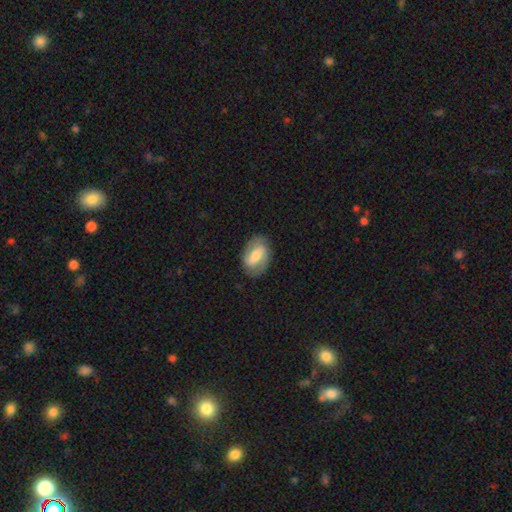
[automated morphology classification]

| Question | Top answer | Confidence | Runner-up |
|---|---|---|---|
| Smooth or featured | featured or disk | 59% | smooth (35%) |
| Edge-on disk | no | 95% | yes (5%) |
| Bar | strong | 43% | weak (40%) |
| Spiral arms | yes | 76% | no (24%) |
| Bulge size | moderate | 53% | small (30%) |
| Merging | none | 81% | minor disturbance (13%) |